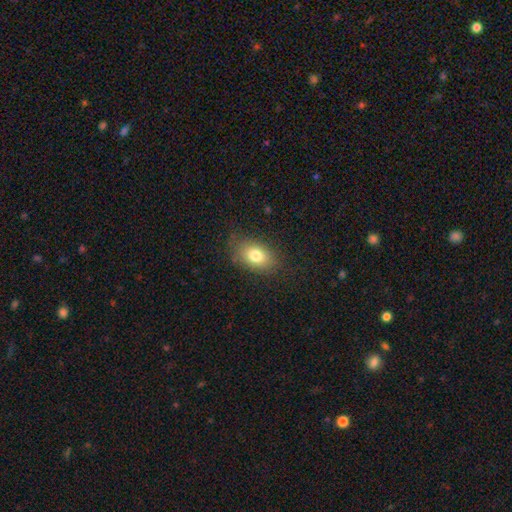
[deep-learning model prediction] smooth-or-featured: smooth: 78% | featured or disk: 12% | star or artifact: 10%
  how-rounded: in between: 82% | round: 16% | cigar-shaped: 2%
  merging: none: 81% | minor disturbance: 13% | major disturbance: 4% | merger: 1%